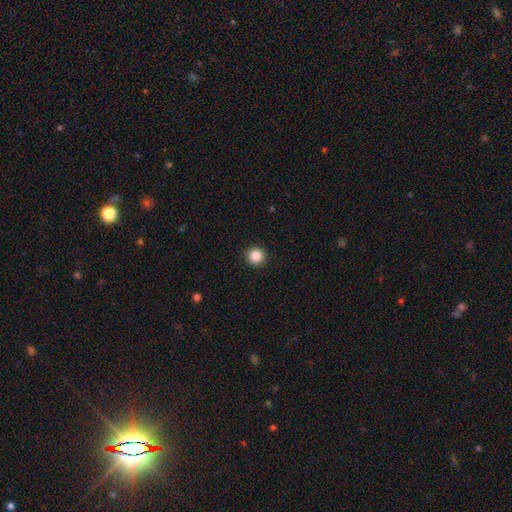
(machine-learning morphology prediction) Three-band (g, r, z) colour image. It shows a smooth galaxy with no disk features (86%) that is round (95%). Merging: none (93%).